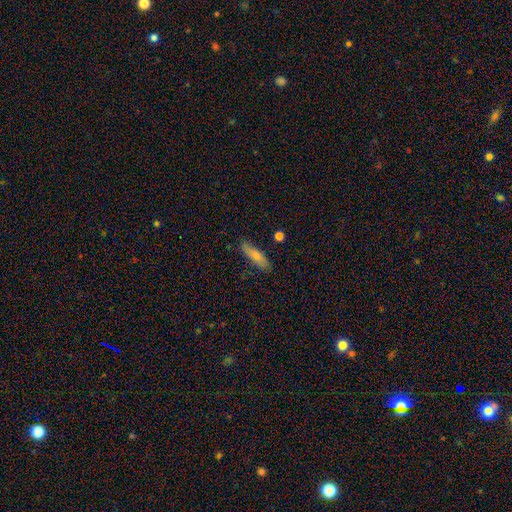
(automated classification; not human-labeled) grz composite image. It shows a smooth galaxy with no disk features (77%) that is cigar-shaped (62%). Merging: none (82%).